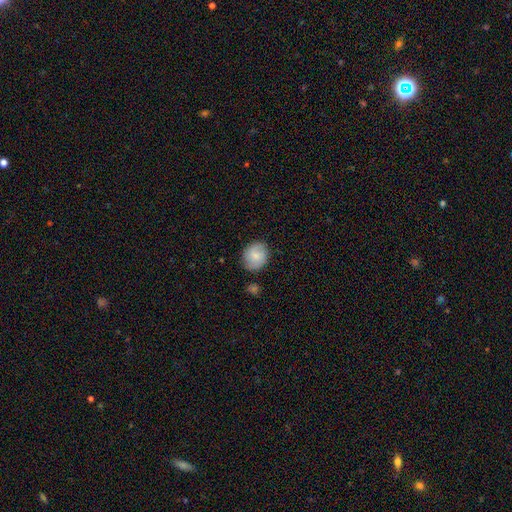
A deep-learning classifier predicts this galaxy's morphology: This is likely a smooth galaxy (79%). How rounded: likely round (70%). Merging: clearly none (81%).